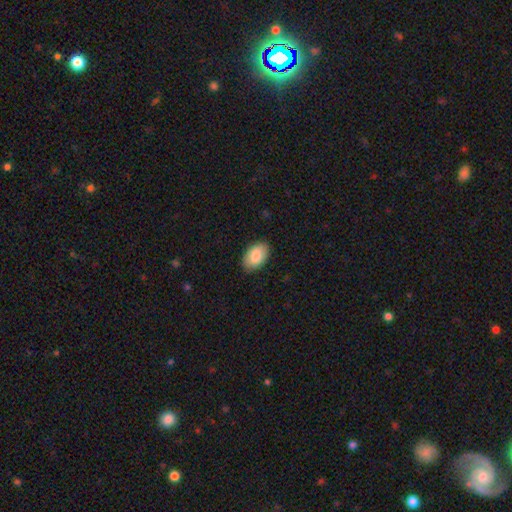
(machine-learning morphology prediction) smooth_or_featured: smooth (p=0.85) [alt: featured or disk p=0.09]
how_rounded: in between (p=0.93) [alt: round p=0.06]
merging: none (p=0.86) [alt: minor disturbance p=0.11]